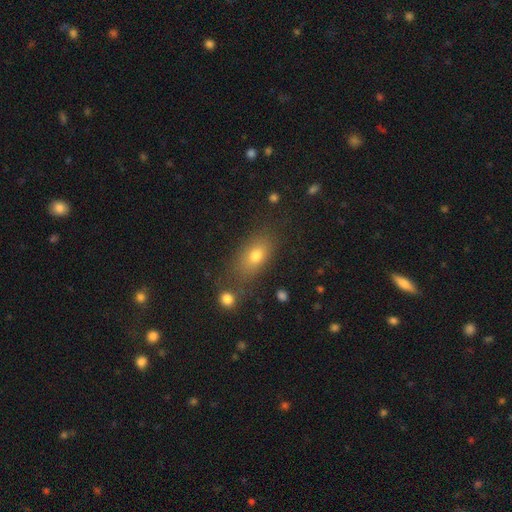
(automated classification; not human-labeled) The model was most divided on "merging": none: 73%, minor disturbance: 14%, merger: 8%, major disturbance: 6%. More confident: how rounded — in between (80%); smooth or featured — smooth (74%).